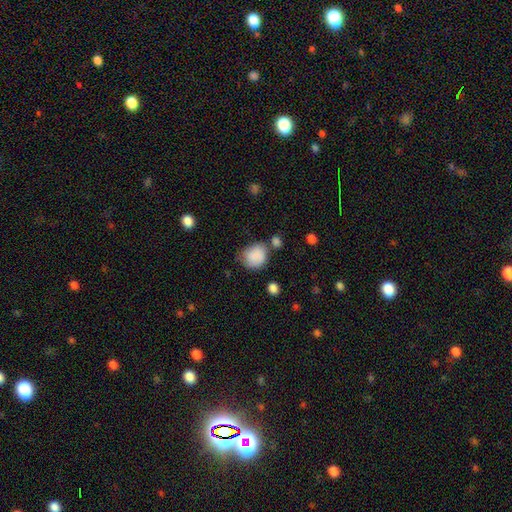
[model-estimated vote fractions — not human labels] smooth_or_featured: smooth (p=0.86) [alt: star or artifact p=0.08]
how_rounded: round (p=0.67) [alt: in between p=0.32]
merging: none (p=0.54) [alt: minor disturbance p=0.27]